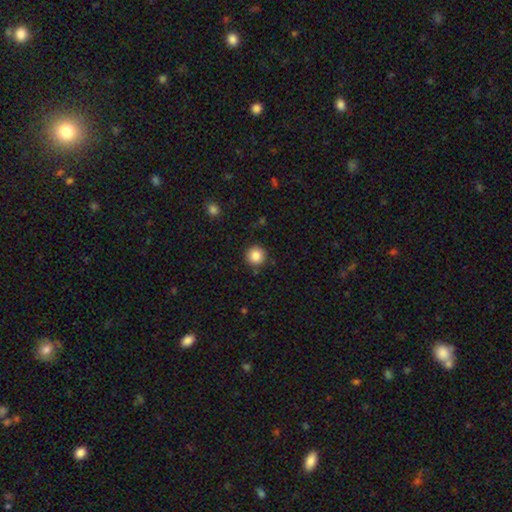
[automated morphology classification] Smooth or featured?
  - smooth: 85% *
  - star or artifact: 10%
  - featured or disk: 5%
How rounded?
  - round: 95% *
  - in between: 4%
  - cigar-shaped: 1%
Merging?
  - none: 89% *
  - minor disturbance: 7%
  - major disturbance: 2%
  - merger: 2%